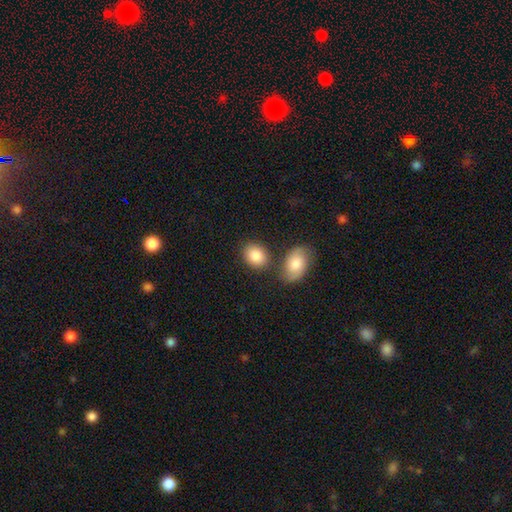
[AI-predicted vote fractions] This appears to be a smooth galaxy with no disk features (87%) that is in between round and cigar-shaped (67%). Merging: none (69%).